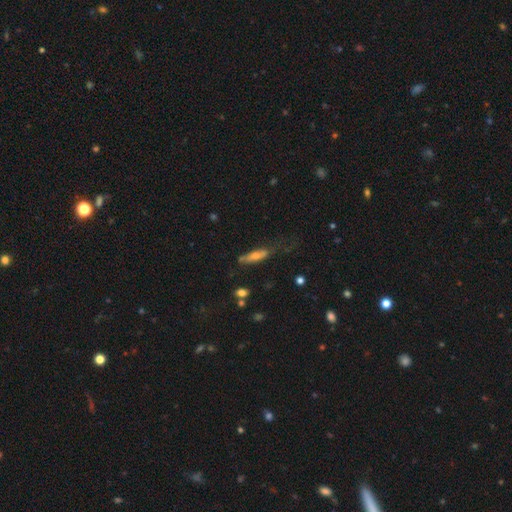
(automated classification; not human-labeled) Q: Smooth or featured?
A: smooth (51%); runner-up: featured or disk (39%)
Q: How rounded?
A: cigar-shaped (66%); runner-up: in between (31%)
Q: Merging?
A: none (48%); runner-up: minor disturbance (29%)